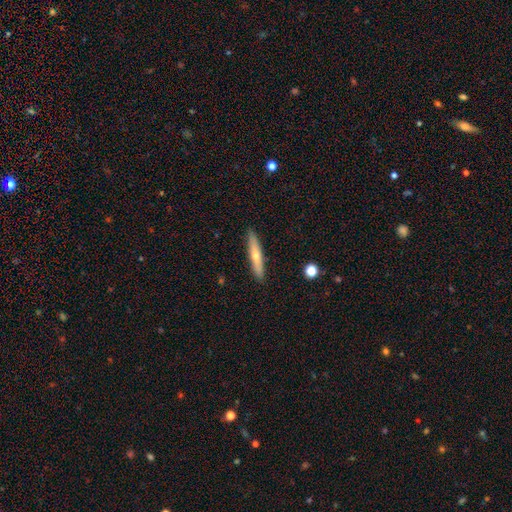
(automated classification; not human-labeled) Smooth or featured? featured or disk (49%)
Merging? none (91%)